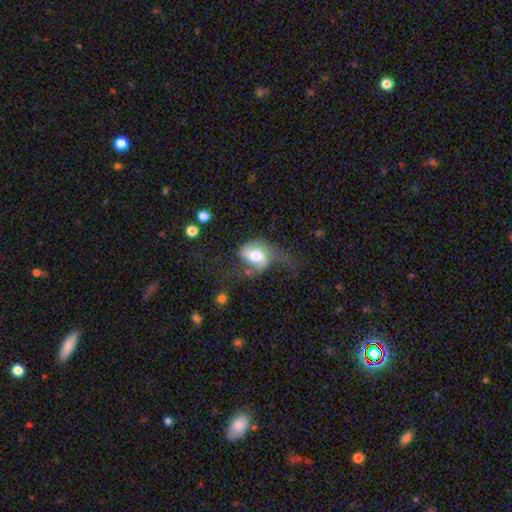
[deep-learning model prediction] A featured or disk galaxy (46%, tied with smooth).

Vote fractions:
- Smooth or featured? featured or disk: 46% (tied) / smooth: 46% (tied) / star or artifact: 8%
- Merging? major disturbance: 41% / none: 28% / minor disturbance: 26% / merger: 5%